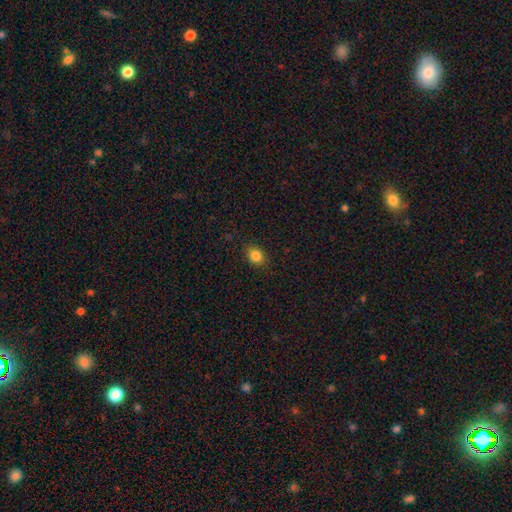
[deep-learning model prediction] Smooth or featured?
  - smooth: 84% *
  - star or artifact: 11%
  - featured or disk: 5%
How rounded?
  - round: 52% *
  - in between: 46%
  - cigar-shaped: 1%
Merging?
  - none: 87% *
  - minor disturbance: 9%
  - major disturbance: 2%
  - merger: 1%